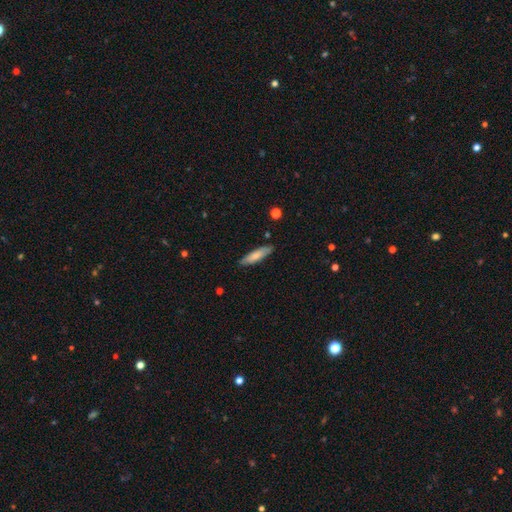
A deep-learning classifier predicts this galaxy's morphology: Q: Smooth or featured?
A: smooth (75%); runner-up: featured or disk (20%)
Q: How rounded?
A: cigar-shaped (71%); runner-up: in between (27%)
Q: Merging?
A: none (85%); runner-up: minor disturbance (11%)